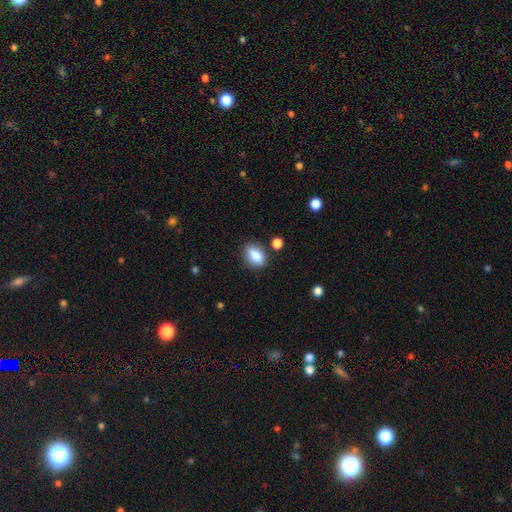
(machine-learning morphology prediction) This is clearly a smooth galaxy (87%). How rounded: clearly in between (85%). Merging: clearly none (80%).